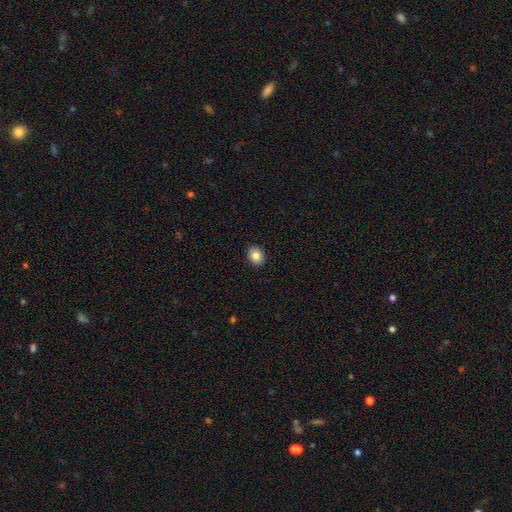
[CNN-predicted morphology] smooth_or_featured: smooth (p=0.86) [alt: star or artifact p=0.08]
how_rounded: in between (p=0.54) [alt: round p=0.45]
merging: none (p=0.90) [alt: minor disturbance p=0.07]